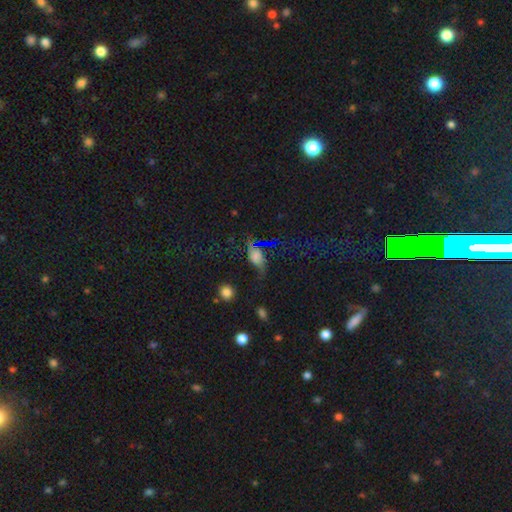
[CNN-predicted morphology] Q: Smooth or featured?
A: smooth (53%); runner-up: star or artifact (27%)
Q: How rounded?
A: in between (74%); runner-up: round (17%)
Q: Merging?
A: none (52%); runner-up: minor disturbance (27%)